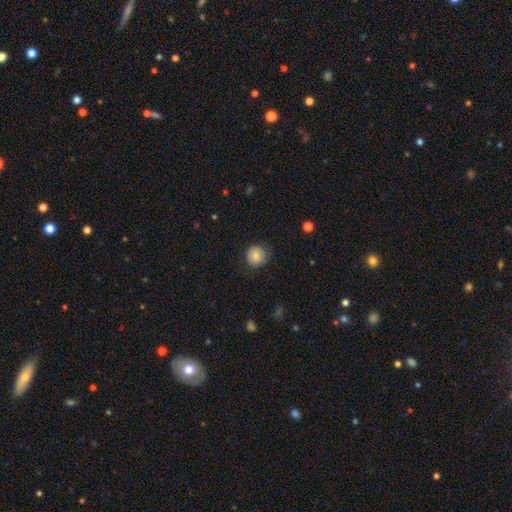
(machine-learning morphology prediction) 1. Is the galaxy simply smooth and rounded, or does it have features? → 79% smooth, 12% featured or disk, 9% star or artifact.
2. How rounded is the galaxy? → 92% round, 7% in between, 1% cigar-shaped.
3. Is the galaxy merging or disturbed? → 81% none, 14% minor disturbance, 4% major disturbance, 1% merger.